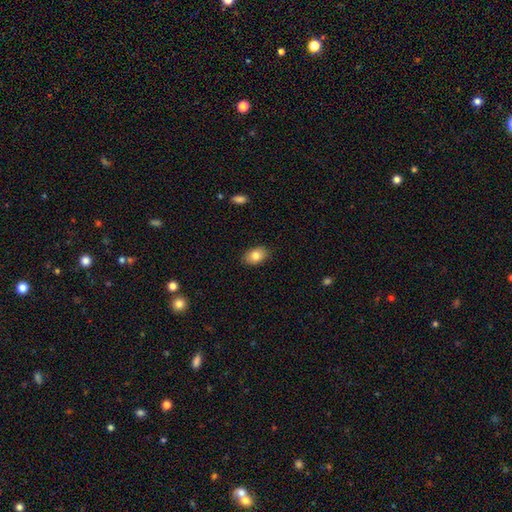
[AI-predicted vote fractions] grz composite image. It shows a smooth galaxy with no disk features (82%) that is in between round and cigar-shaped (87%). Merging: none (87%).